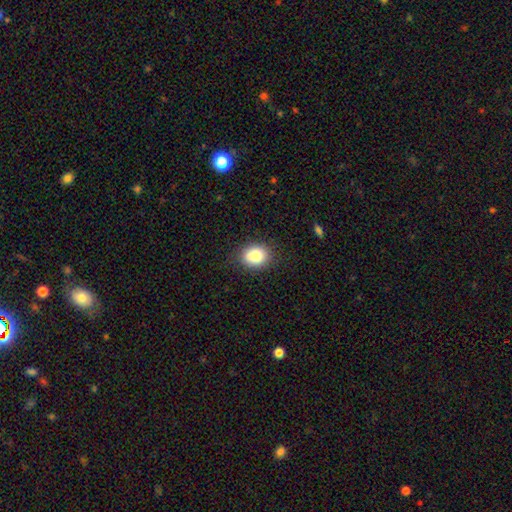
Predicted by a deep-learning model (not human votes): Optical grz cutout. It shows a smooth galaxy with no disk features (82%) that is round (52%). Merging: none (78%).